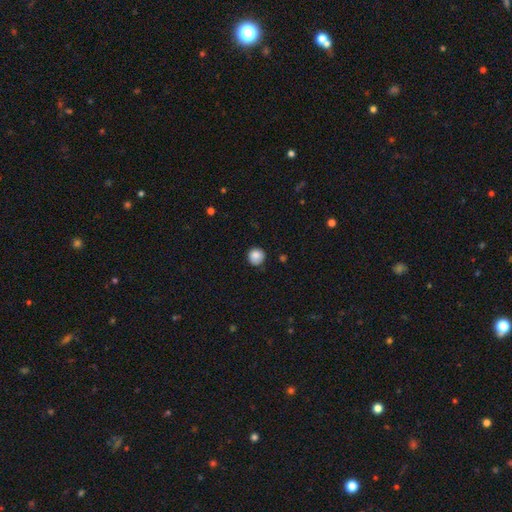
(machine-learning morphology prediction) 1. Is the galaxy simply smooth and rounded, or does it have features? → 85% smooth, 9% star or artifact, 6% featured or disk.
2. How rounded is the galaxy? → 92% round, 7% in between, 1% cigar-shaped.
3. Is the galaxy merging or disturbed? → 80% none, 15% minor disturbance, 3% major disturbance, 1% merger.